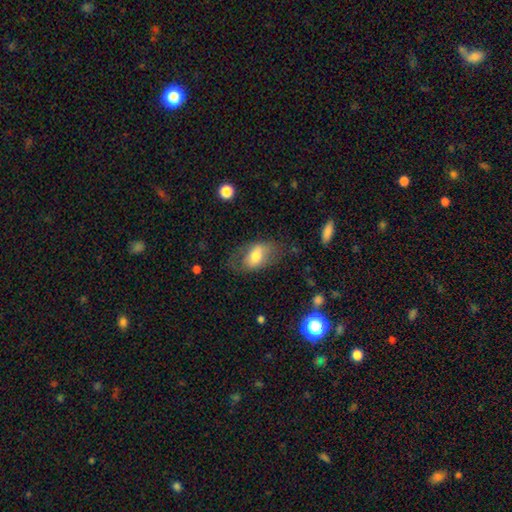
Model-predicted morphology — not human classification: smooth_or_featured: smooth (p=0.60) [alt: featured or disk p=0.33]
how_rounded: in between (p=0.88) [alt: round p=0.09]
merging: none (p=0.58) [alt: minor disturbance p=0.23]